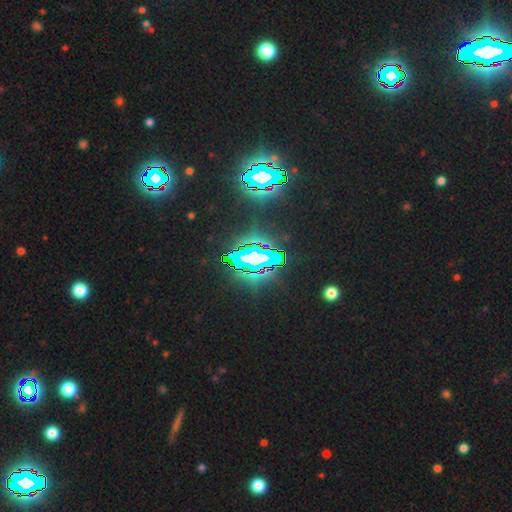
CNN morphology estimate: type=star or artifact (72%).